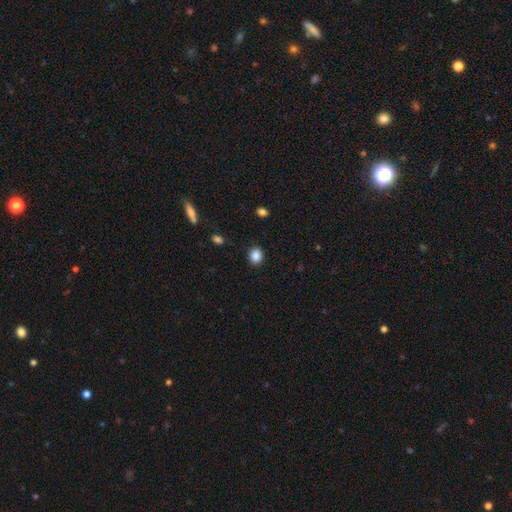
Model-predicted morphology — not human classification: A smooth galaxy with no disk features (87%) that is round (64%). Merging: none (89%).